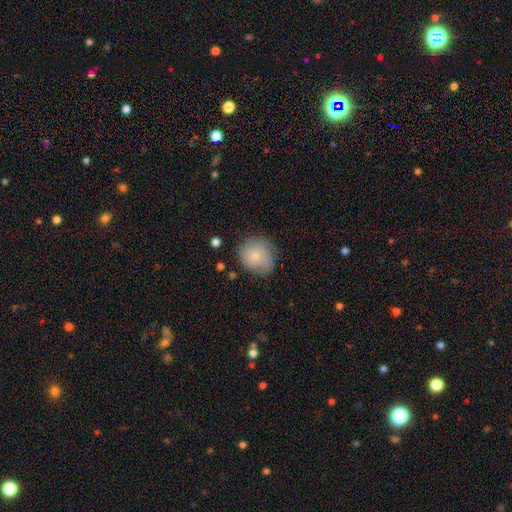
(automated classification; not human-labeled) smooth_or_featured: smooth (p=0.75) [alt: featured or disk p=0.17]
how_rounded: round (p=0.78) [alt: in between p=0.21]
merging: none (p=0.69) [alt: minor disturbance p=0.23]